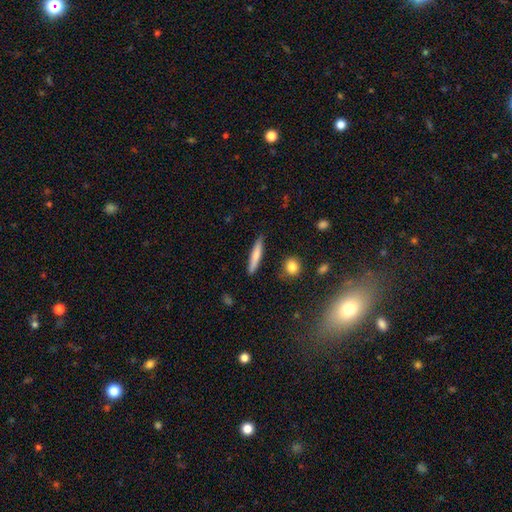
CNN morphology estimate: Smooth or featured?
  - smooth: 73% *
  - featured or disk: 21%
  - star or artifact: 6%
How rounded?
  - cigar-shaped: 91% *
  - in between: 7%
  - round: 2%
Merging?
  - none: 87% *
  - minor disturbance: 9%
  - merger: 2%
  - major disturbance: 2%